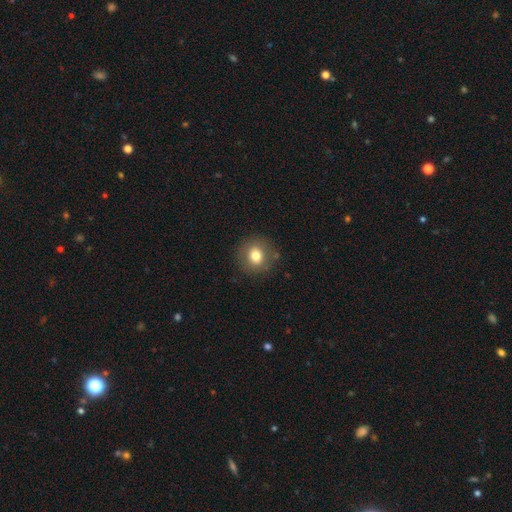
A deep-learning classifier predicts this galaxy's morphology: A smooth galaxy with no disk features (77%) that is round (86%). Merging: none (87%).